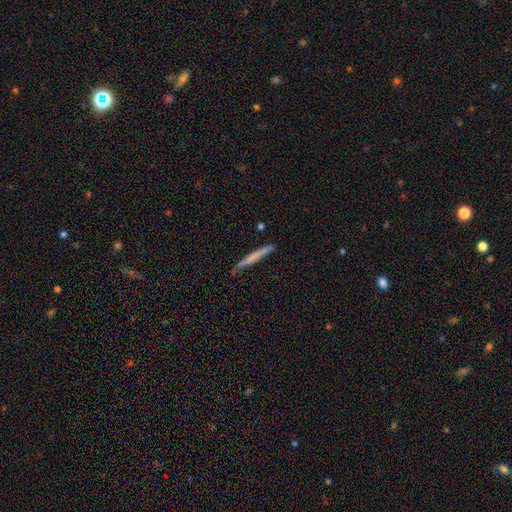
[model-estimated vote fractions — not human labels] Smooth or featured? smooth (64%)
How rounded? cigar-shaped (97%)
Merging? none (85%)